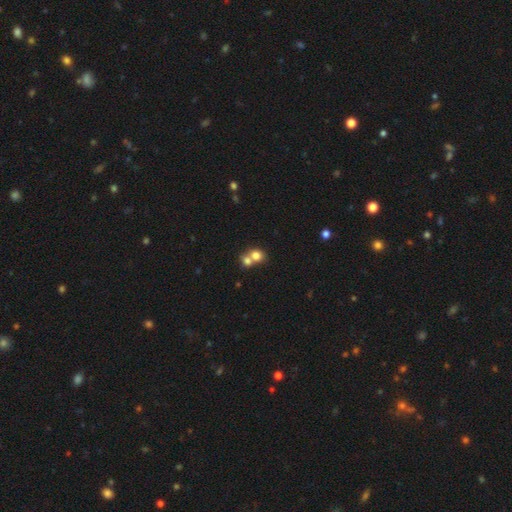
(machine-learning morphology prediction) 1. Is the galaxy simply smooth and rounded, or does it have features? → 77% smooth, 13% featured or disk, 11% star or artifact.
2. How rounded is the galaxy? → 66% round, 33% in between, 1% cigar-shaped.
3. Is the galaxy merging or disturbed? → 62% merger, 30% none, 6% minor disturbance, 3% major disturbance.